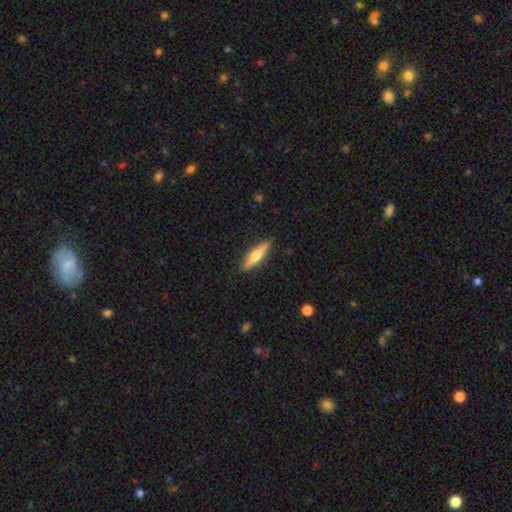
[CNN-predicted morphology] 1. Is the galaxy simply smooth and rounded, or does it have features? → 56% featured or disk, 39% smooth, 5% star or artifact.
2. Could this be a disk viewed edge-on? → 96% yes, 4% no.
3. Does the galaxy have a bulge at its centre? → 92% rounded, 4% boxy, 4% none.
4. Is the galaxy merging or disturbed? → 90% none, 7% minor disturbance, 2% major disturbance, 1% merger.